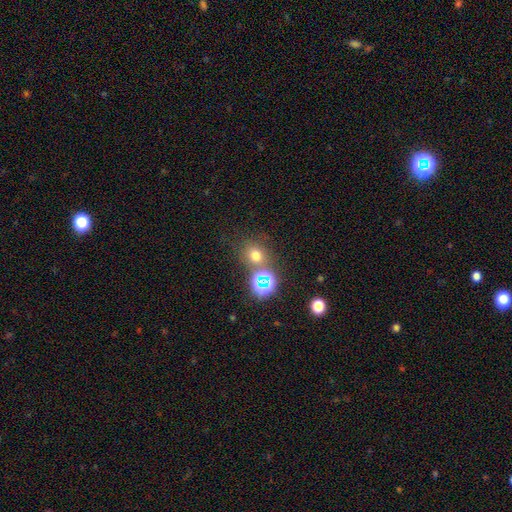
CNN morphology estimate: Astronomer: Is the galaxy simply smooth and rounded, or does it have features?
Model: smooth — 64%.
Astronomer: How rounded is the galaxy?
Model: round — 77%.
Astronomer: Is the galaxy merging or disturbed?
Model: none — 69%.